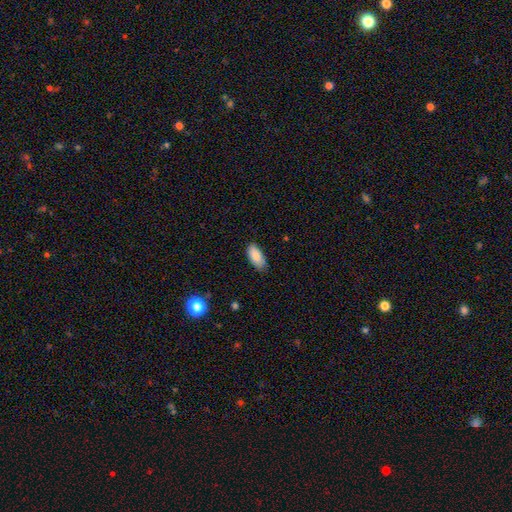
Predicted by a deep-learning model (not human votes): smooth 88%, star or artifact 7%, featured or disk 6%. Down the decision tree: how rounded — in between (91%); merging — none (76%).